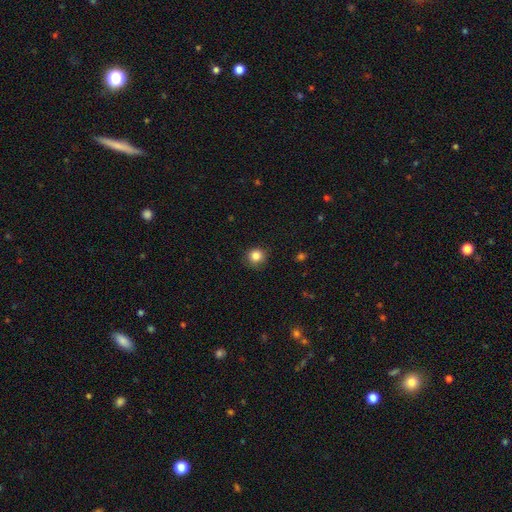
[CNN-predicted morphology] type=smooth (85%); roundness=round (91%); merging=none (86%).